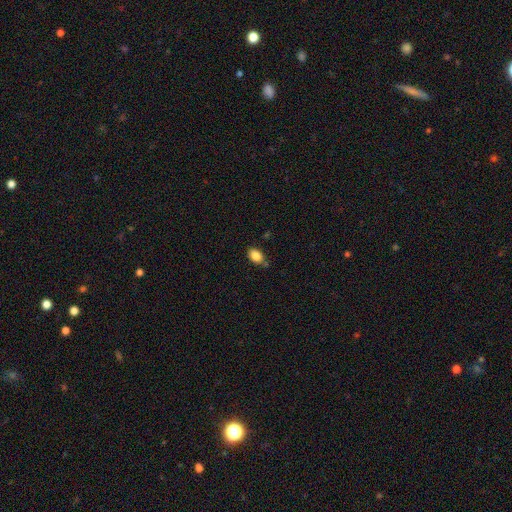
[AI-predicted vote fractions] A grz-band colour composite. It shows a smooth galaxy with no disk features (85%) that is in between round and cigar-shaped (87%). Merging: none (73%).